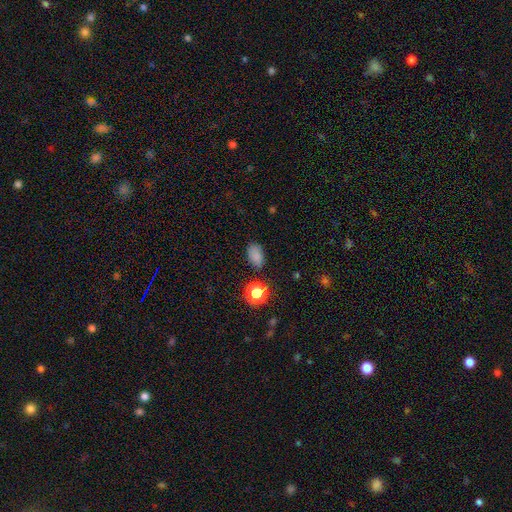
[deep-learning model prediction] Q: Smooth or featured?
A: smooth (78%); runner-up: star or artifact (16%)
Q: How rounded?
A: in between (82%); runner-up: round (16%)
Q: Merging?
A: none (75%); runner-up: minor disturbance (18%)